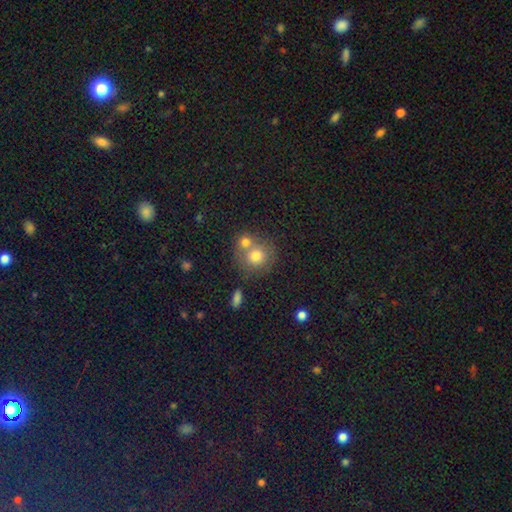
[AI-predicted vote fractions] Overall: smooth (73%). How rounded: round (85%). Merging: none (46%; merger 41%).